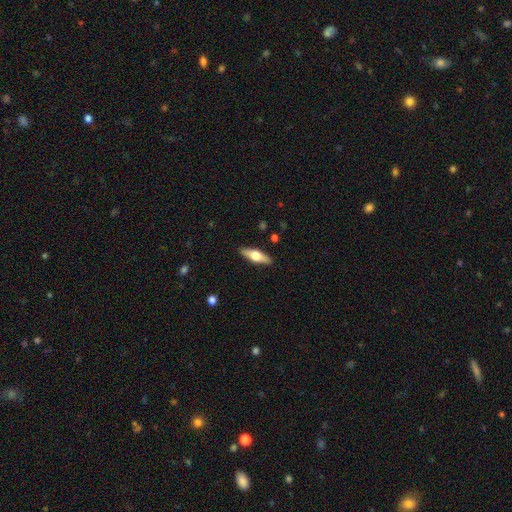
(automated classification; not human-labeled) Smooth or featured? Predicted: featured or disk (p=0.52). Edge-on disk? Predicted: yes (p=0.92). Merging? Predicted: none (p=0.89).